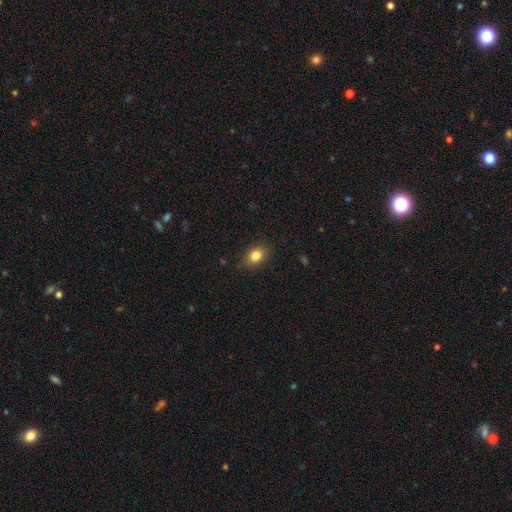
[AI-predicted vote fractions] Smooth or featured? Predicted: smooth (p=0.85). How rounded? Predicted: in between (p=0.66). Merging? Predicted: none (p=0.86).